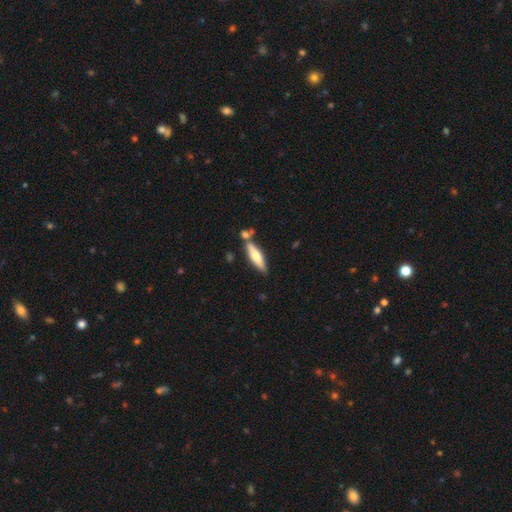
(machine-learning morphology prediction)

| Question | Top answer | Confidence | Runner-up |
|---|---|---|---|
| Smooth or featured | smooth | 54% | featured or disk (40%) |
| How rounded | cigar-shaped | 72% | in between (27%) |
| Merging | none | 71% | merger (13%) |